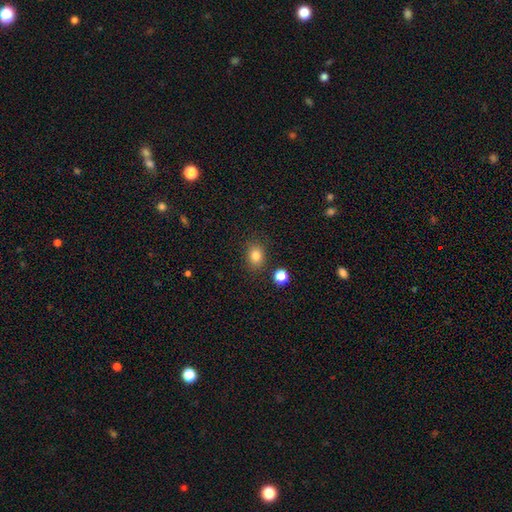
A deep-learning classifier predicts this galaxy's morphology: This appears to be a smooth galaxy with no disk features (82%) that is round (50%). Merging: none (84%).